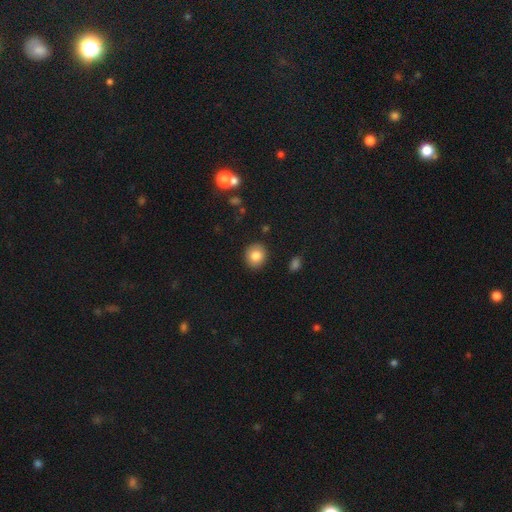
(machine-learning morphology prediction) smooth-or-featured: smooth: 83% | star or artifact: 9% | featured or disk: 8%
  how-rounded: round: 81% | in between: 18% | cigar-shaped: 1%
  merging: none: 89% | minor disturbance: 8% | major disturbance: 2% | merger: 1%